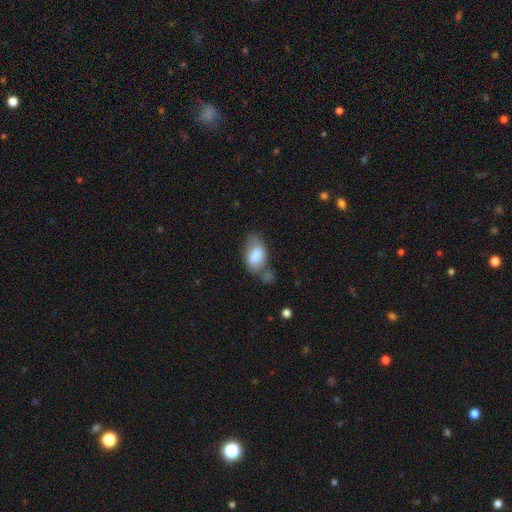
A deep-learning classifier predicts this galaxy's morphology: The model was most divided on "merging": none: 41%, minor disturbance: 25%, merger: 21%, major disturbance: 13%. More confident: how rounded — in between (91%); smooth or featured — smooth (76%).